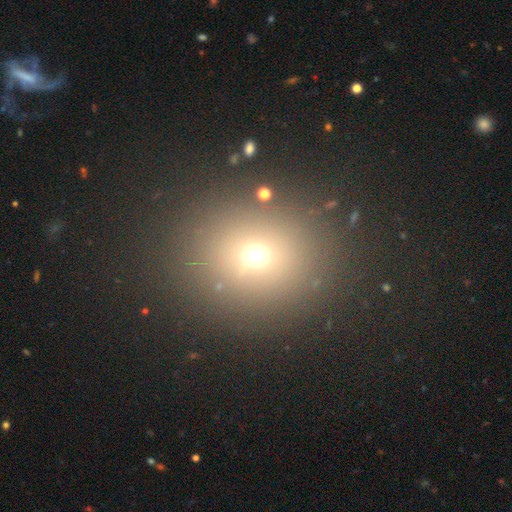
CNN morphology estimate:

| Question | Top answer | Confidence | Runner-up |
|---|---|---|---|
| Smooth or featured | smooth | 65% | star or artifact (24%) |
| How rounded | round | 71% | in between (28%) |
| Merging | none | 85% | minor disturbance (8%) |